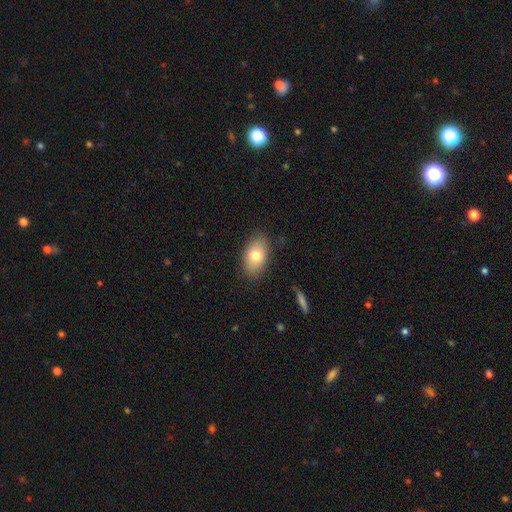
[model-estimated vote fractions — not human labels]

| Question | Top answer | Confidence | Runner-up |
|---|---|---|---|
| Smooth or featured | smooth | 77% | featured or disk (16%) |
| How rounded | in between | 90% | round (8%) |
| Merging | none | 85% | minor disturbance (11%) |